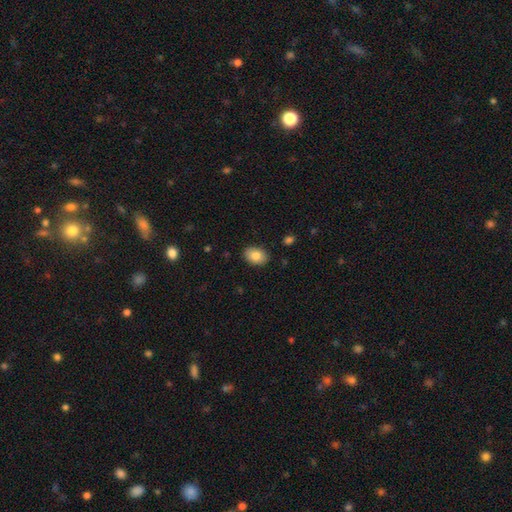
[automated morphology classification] smooth-or-featured: smooth: 83% | featured or disk: 10% | star or artifact: 8%
  how-rounded: in between: 82% | round: 17% | cigar-shaped: 1%
  merging: none: 88% | minor disturbance: 9% | major disturbance: 2% | merger: 1%